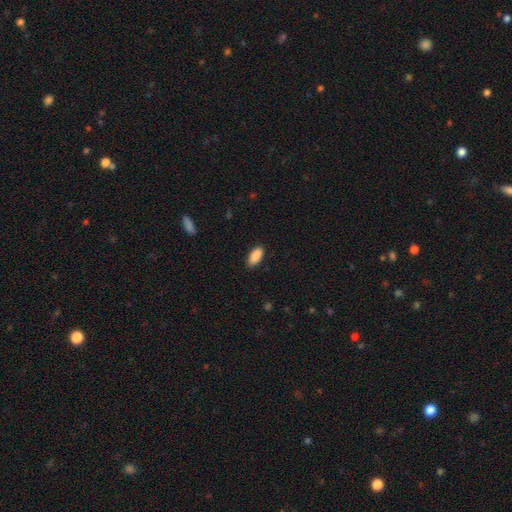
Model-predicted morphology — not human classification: Smooth or featured? smooth (90%)
How rounded? in between (90%)
Merging? none (87%)